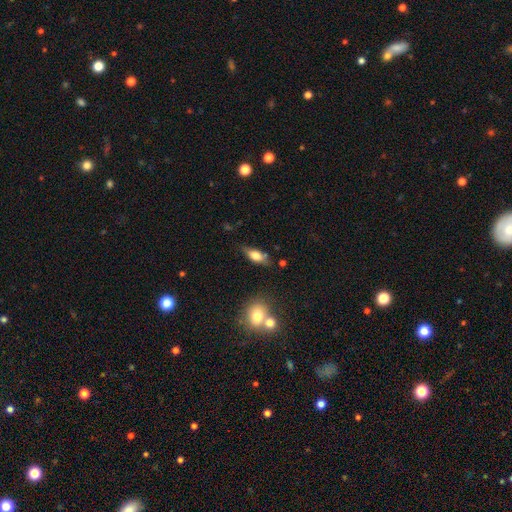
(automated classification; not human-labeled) Smooth or featured: smooth — 63% (featured or disk — 29%)
How rounded: in between — 72% (cigar-shaped — 23%)
Merging: none — 72% (minor disturbance — 18%)